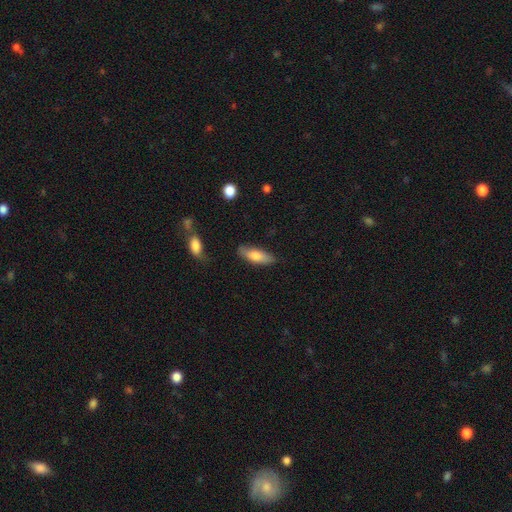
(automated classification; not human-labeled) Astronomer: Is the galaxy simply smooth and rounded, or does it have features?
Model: smooth — 75%.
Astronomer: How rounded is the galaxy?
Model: in between — 62%.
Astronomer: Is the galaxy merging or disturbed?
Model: none — 78%.